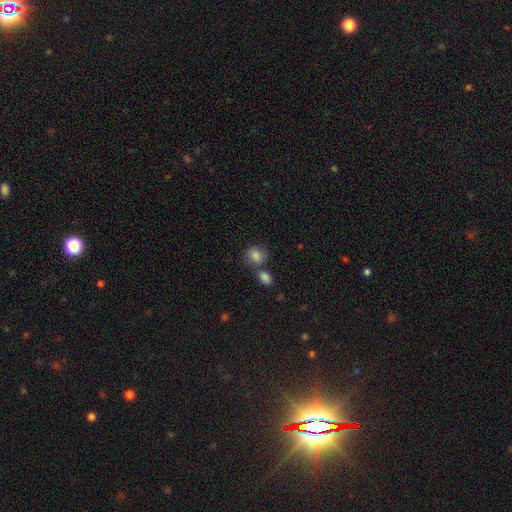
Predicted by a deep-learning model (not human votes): Q: Smooth or featured?
A: smooth (84%); runner-up: star or artifact (9%)
Q: How rounded?
A: round (63%); runner-up: in between (36%)
Q: Merging?
A: none (56%); runner-up: merger (28%)